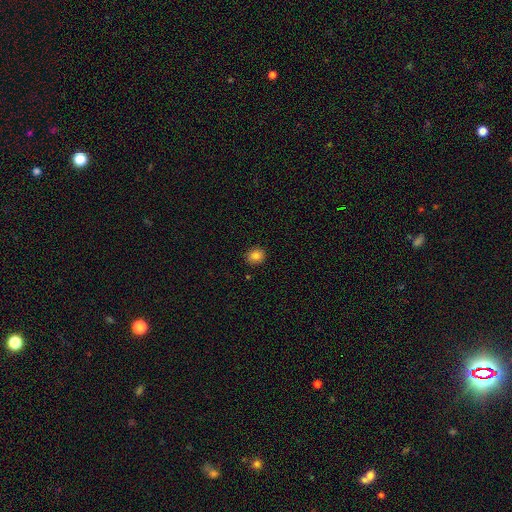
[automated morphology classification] Smooth or featured? smooth (85%)
How rounded? round (71%)
Merging? none (87%)